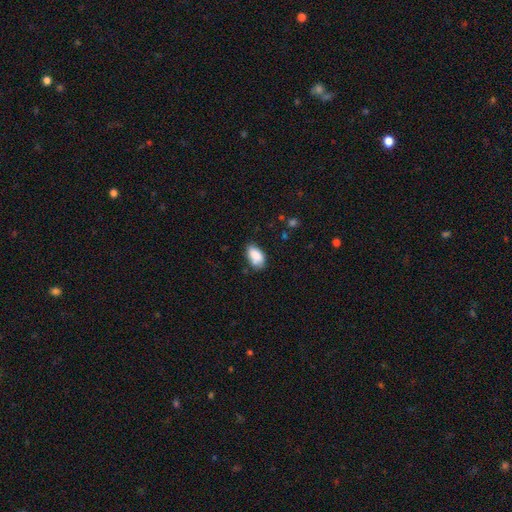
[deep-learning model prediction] smooth-or-featured: smooth: 85% | featured or disk: 8% | star or artifact: 7%
  how-rounded: in between: 92% | round: 6% | cigar-shaped: 2%
  merging: none: 65% | minor disturbance: 25% | major disturbance: 5% | merger: 5%